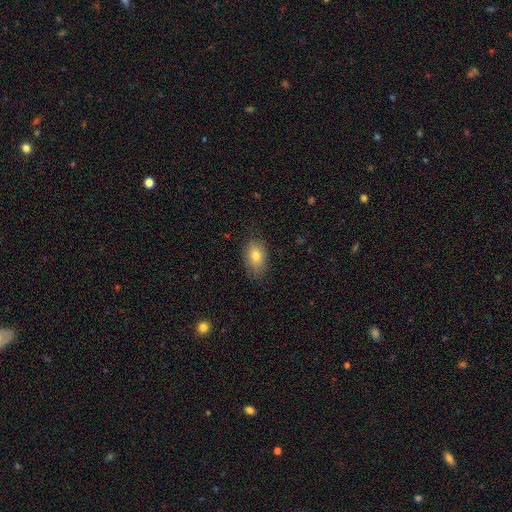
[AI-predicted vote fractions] The model was most divided on "merging": none: 78%, minor disturbance: 17%, major disturbance: 4%, merger: 1%. More confident: how rounded — in between (85%); smooth or featured — smooth (77%).